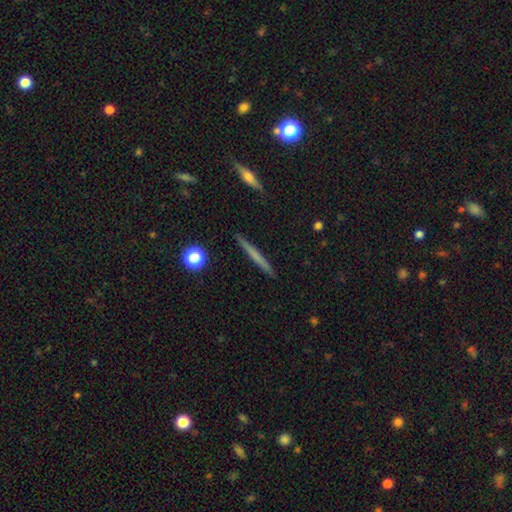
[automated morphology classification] smooth-or-featured: smooth: 52% | featured or disk: 41% | star or artifact: 7%
  how-rounded: cigar-shaped: 95% | in between: 3% | round: 3%
  merging: none: 91% | minor disturbance: 7% | major disturbance: 1% | merger: 1%